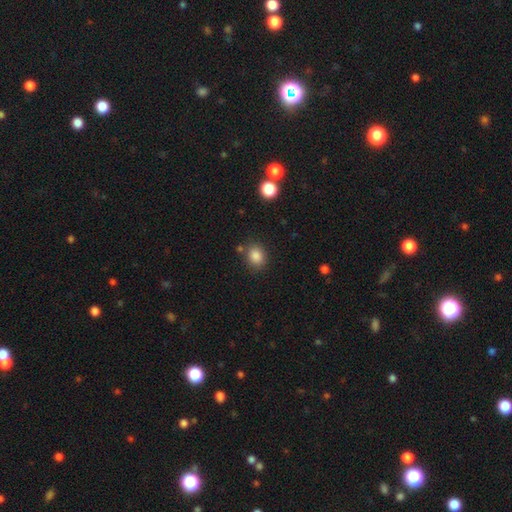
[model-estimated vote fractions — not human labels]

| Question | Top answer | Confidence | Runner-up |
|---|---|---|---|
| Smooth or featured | smooth | 85% | star or artifact (10%) |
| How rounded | round | 61% | in between (38%) |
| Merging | none | 78% | minor disturbance (12%) |